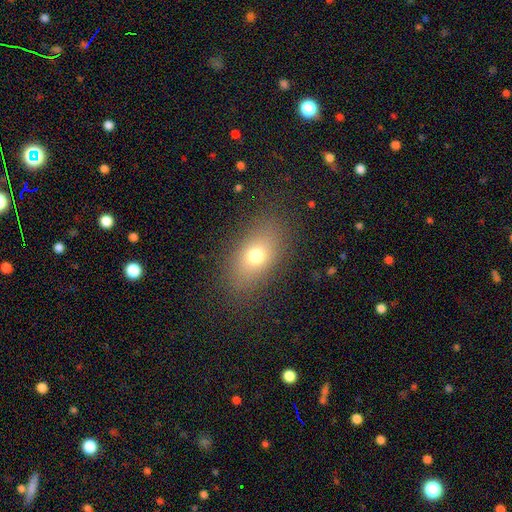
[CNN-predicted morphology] Smooth or featured: smooth — 71% (featured or disk — 16%)
How rounded: in between — 79% (round — 17%)
Merging: none — 83% (minor disturbance — 10%)